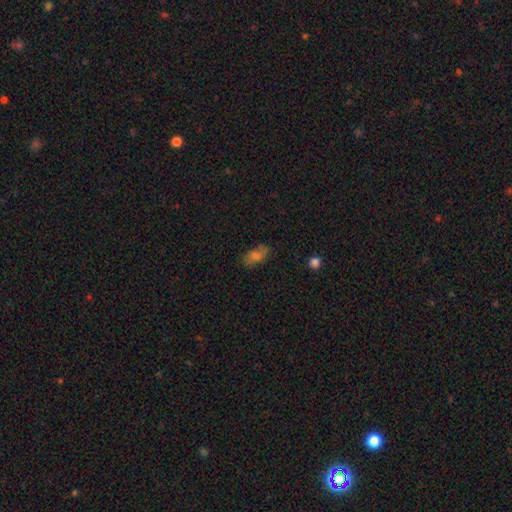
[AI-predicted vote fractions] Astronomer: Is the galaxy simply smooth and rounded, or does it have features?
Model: smooth — 59%.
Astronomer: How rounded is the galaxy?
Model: in between — 87%.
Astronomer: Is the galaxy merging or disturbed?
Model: none — 75%.